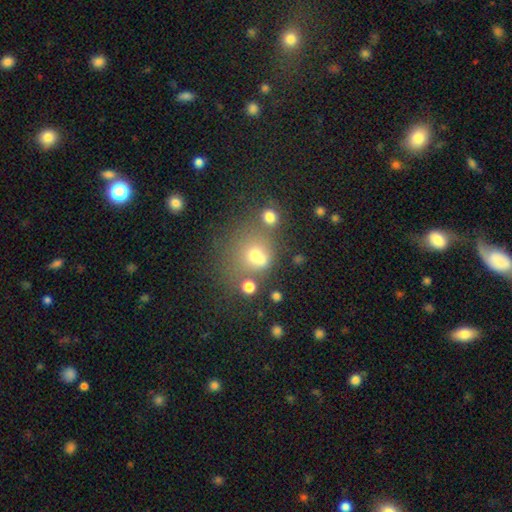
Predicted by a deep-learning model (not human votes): smooth_or_featured: smooth (p=0.62) [alt: star or artifact p=0.21]
how_rounded: round (p=0.75) [alt: in between p=0.24]
merging: none (p=0.45) [alt: merger p=0.31]